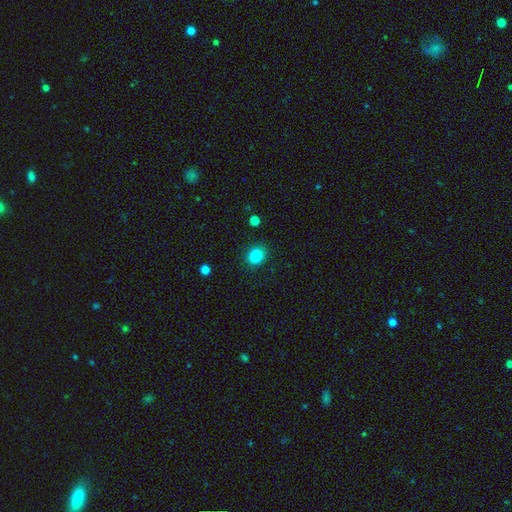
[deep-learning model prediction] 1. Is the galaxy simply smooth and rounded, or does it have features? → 87% smooth, 10% star or artifact, 3% featured or disk.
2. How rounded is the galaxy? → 62% round, 37% in between, 1% cigar-shaped.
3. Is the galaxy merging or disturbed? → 86% none, 9% minor disturbance, 3% major disturbance, 1% merger.